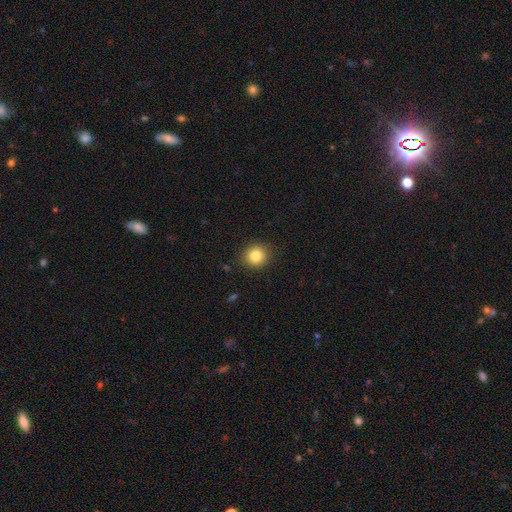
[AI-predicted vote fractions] Overall: smooth (83%). How rounded: round (86%). Merging: none (88%).